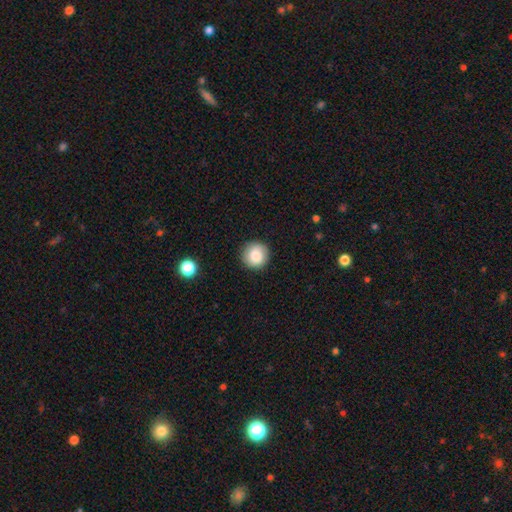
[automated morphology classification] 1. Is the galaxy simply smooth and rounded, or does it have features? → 84% smooth, 8% star or artifact, 8% featured or disk.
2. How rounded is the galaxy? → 94% round, 5% in between, 1% cigar-shaped.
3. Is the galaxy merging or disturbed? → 89% none, 7% minor disturbance, 2% major disturbance, 1% merger.